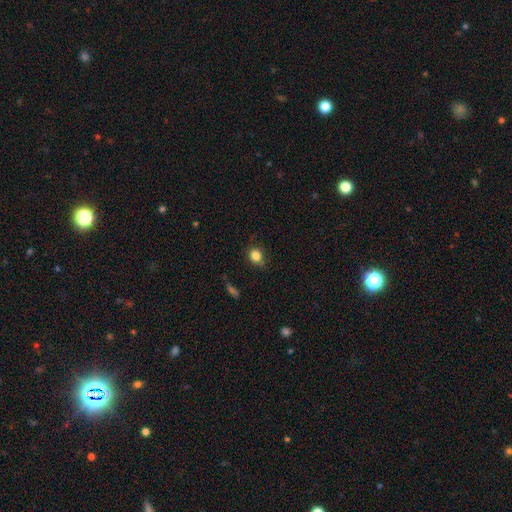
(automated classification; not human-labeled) smooth 83%, star or artifact 11%, featured or disk 6%. Down the decision tree: how rounded — round (64%); merging — none (78%).